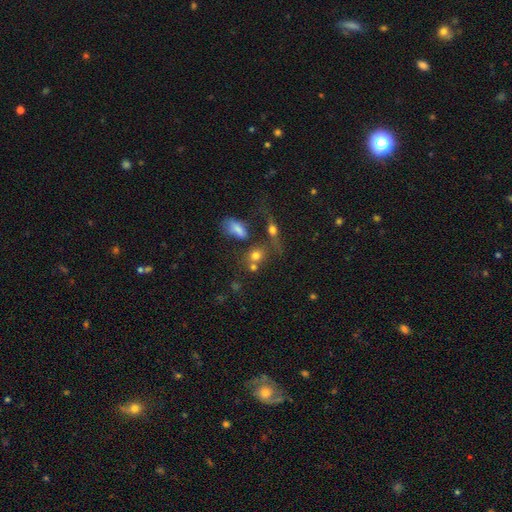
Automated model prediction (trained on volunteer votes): Smooth or featured?
  - smooth: 70% *
  - star or artifact: 15%
  - featured or disk: 15%
How rounded?
  - round: 69% *
  - in between: 27%
  - cigar-shaped: 3%
Merging?
  - none: 45% *
  - merger: 34%
  - minor disturbance: 12%
  - major disturbance: 9%